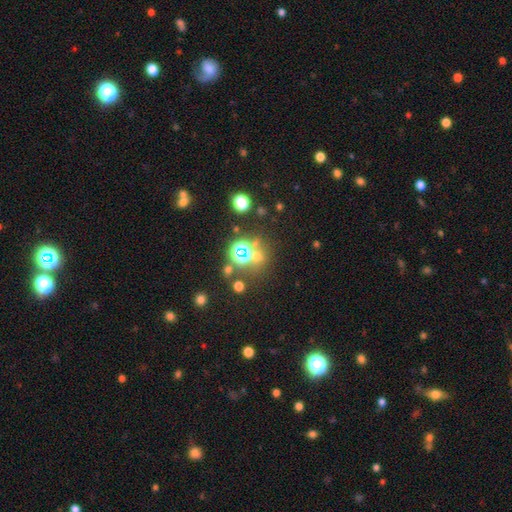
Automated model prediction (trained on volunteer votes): Smooth or featured: star or artifact — 60% (smooth — 28%)